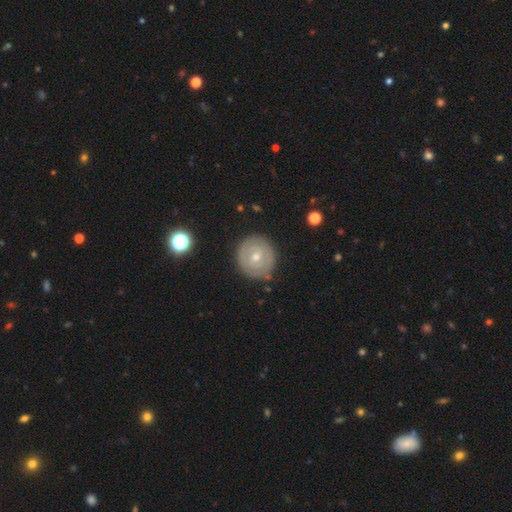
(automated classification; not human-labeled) Overall: featured or disk (59%; smooth 34%). Edge-on disk: no (97%). Bar: no (62%; weak 30%). Spiral arms: no (51%; yes 49%). Bulge size: moderate (50%; small 46%). Merging: none (83%).